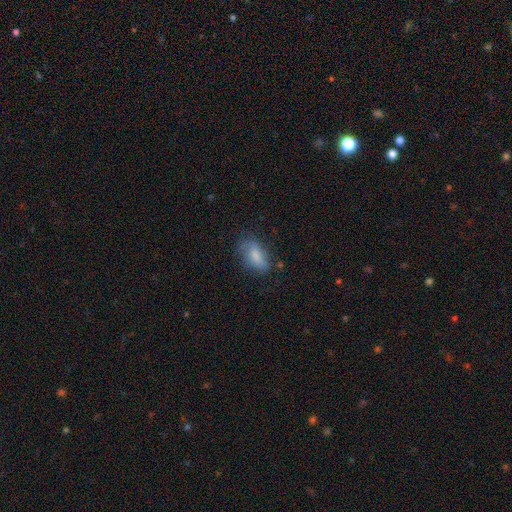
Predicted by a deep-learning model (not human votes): Q: Smooth or featured?
A: smooth (70%); runner-up: featured or disk (22%)
Q: How rounded?
A: in between (86%); runner-up: cigar-shaped (10%)
Q: Merging?
A: none (61%); runner-up: minor disturbance (26%)